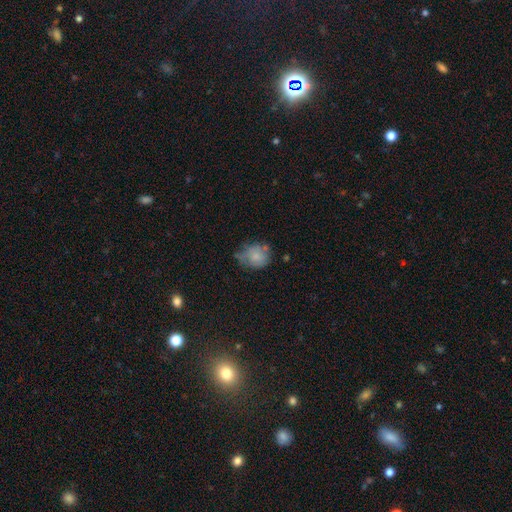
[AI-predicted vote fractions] Smooth or featured? Predicted: smooth (p=0.70). How rounded? Predicted: round (p=0.61). Merging? Predicted: none (p=0.43).